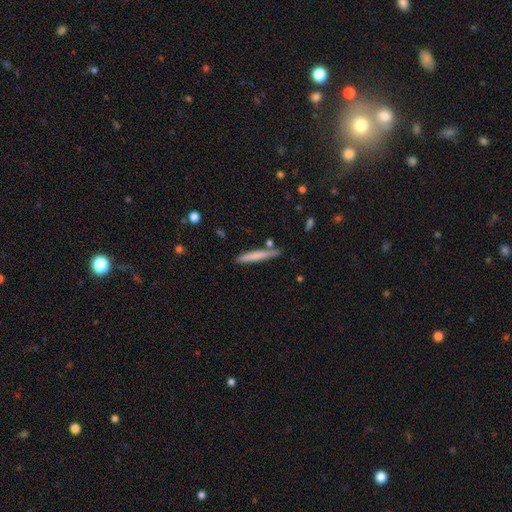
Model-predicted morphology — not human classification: Overall: smooth (70%). How rounded: cigar-shaped (95%). Merging: none (80%).